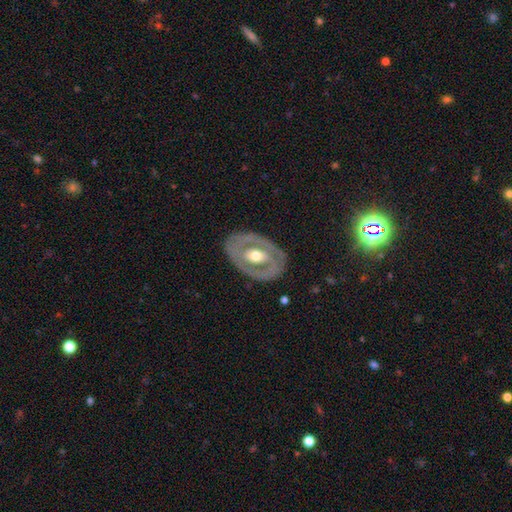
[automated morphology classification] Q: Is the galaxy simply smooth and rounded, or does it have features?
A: featured or disk — 71%.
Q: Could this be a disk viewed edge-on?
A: no — 93%.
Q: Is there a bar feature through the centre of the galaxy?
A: no — 61%.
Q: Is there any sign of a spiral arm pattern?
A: no — 66%.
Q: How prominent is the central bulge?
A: moderate — 70%.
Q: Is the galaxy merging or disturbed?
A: none — 81%.